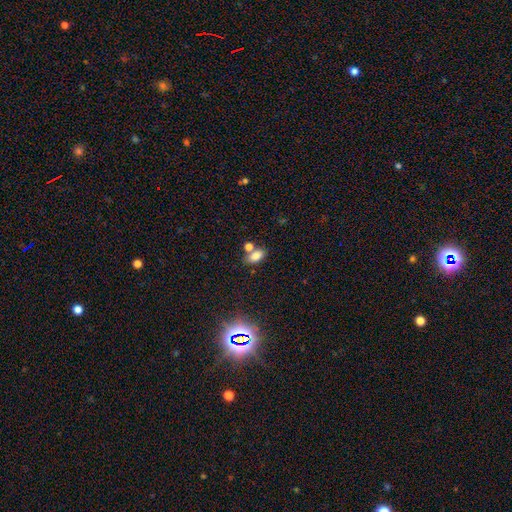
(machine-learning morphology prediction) type=smooth (79%); roundness=in between (88%); merging=none (58%).